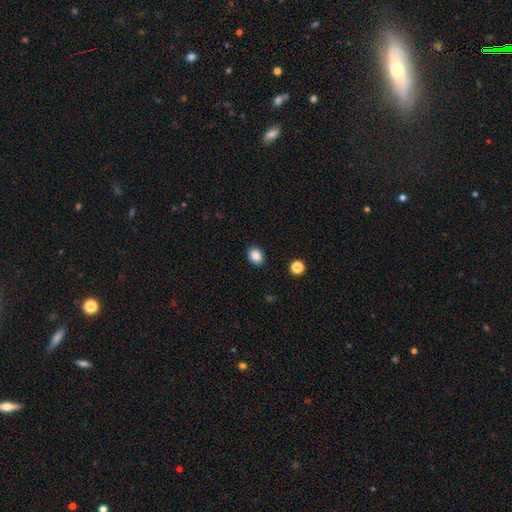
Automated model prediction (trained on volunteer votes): A smooth galaxy with no disk features (87%) that is in between round and cigar-shaped (64%).

Vote fractions:
- Smooth or featured? smooth: 87% / star or artifact: 9% / featured or disk: 4%
- How rounded? in between: 64% / round: 35% / cigar-shaped: 1%
- Merging? none: 88% / minor disturbance: 8% / major disturbance: 2% / merger: 1%